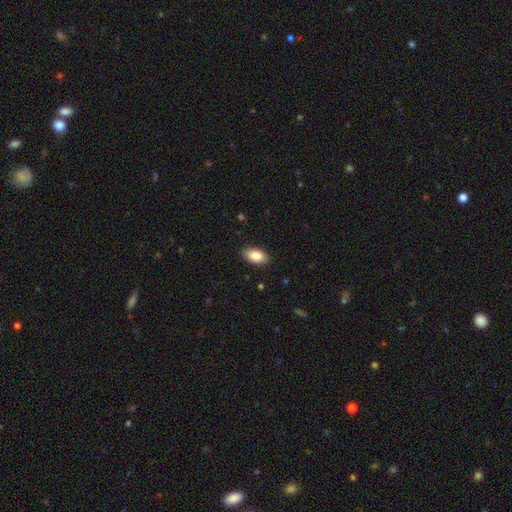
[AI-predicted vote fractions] Smooth or featured: smooth — 87% (star or artifact — 7%)
How rounded: in between — 94% (round — 3%)
Merging: none — 88% (minor disturbance — 9%)